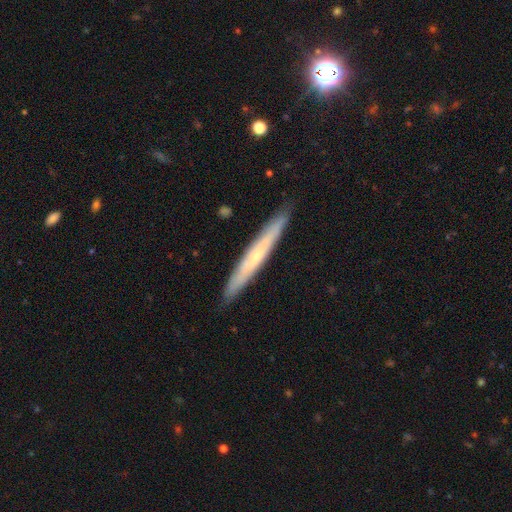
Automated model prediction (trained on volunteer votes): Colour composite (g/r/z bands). It shows a featured or disk galaxy (48%). Merging: none (90%).